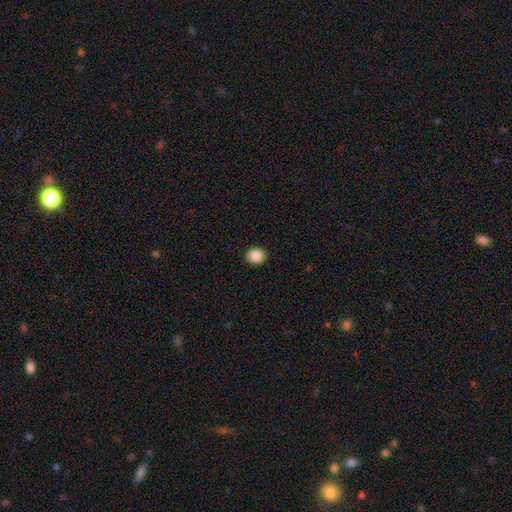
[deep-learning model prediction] A smooth galaxy with no disk features (88%) that is round (75%).

Vote fractions:
- Smooth or featured? smooth: 88% / star or artifact: 9% / featured or disk: 3%
- How rounded? round: 75% / in between: 24% / cigar-shaped: 1%
- Merging? none: 92% / minor disturbance: 6% / major disturbance: 2% / merger: 1%